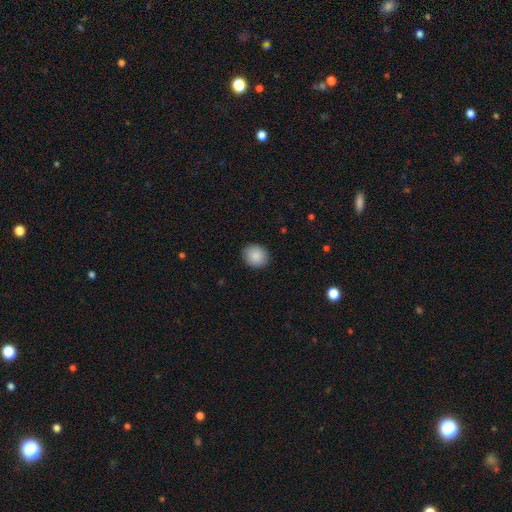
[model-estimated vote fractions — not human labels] Overall: smooth (89%). How rounded: round (78%). Merging: none (91%).